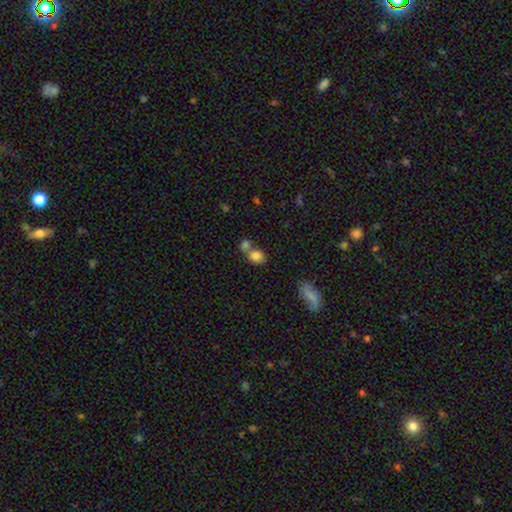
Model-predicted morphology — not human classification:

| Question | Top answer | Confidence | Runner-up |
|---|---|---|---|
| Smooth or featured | smooth | 82% | star or artifact (10%) |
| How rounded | in between | 55% | round (44%) |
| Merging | merger | 49% | none (38%) |